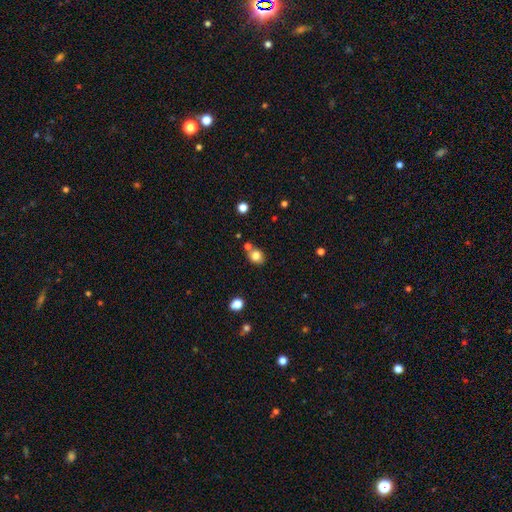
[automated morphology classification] type=smooth (81%); roundness=round (69%); merging=none (68%).